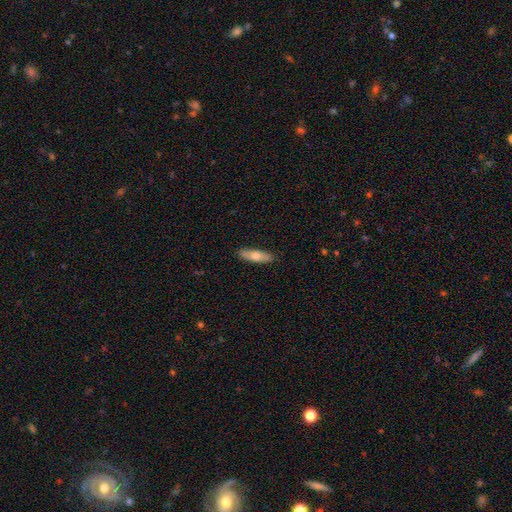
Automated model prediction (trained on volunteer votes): Overall: smooth (66%; featured or disk 29%). How rounded: cigar-shaped (54%; in between 44%). Merging: none (89%).